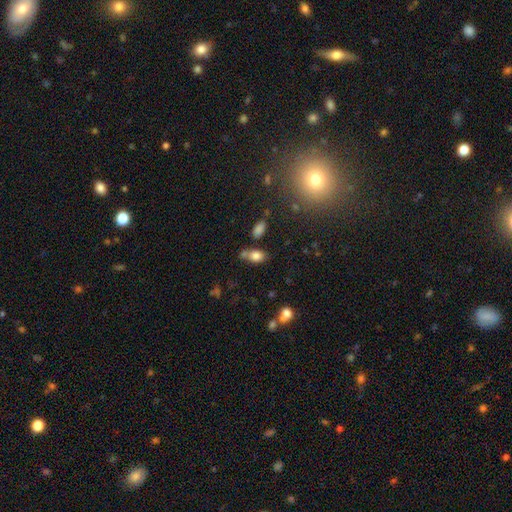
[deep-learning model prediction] The model was most divided on "merging": none: 52%, merger: 25%, minor disturbance: 17%, major disturbance: 6%. More confident: how rounded — in between (83%); smooth or featured — smooth (79%).